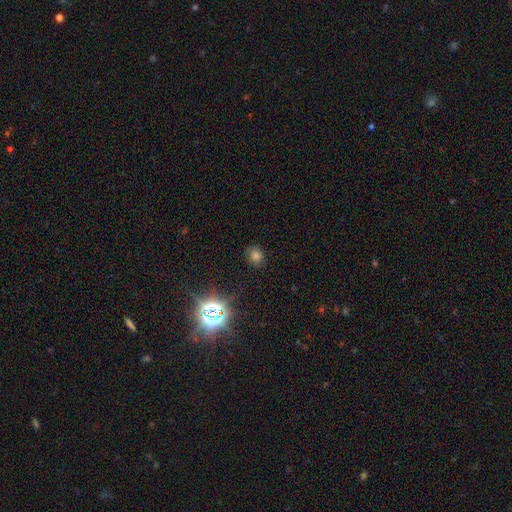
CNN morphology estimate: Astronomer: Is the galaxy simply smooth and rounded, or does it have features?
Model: smooth — 57% (runner-up: star or artifact, 36%).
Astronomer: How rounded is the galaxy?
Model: round — 67%.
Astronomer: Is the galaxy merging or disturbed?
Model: none — 87%.